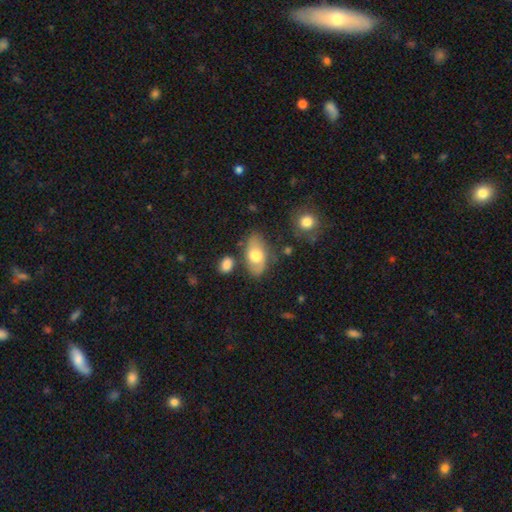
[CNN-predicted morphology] This is likely a smooth galaxy (63%). How rounded: clearly in between (92%). Merging: likely none (67%).